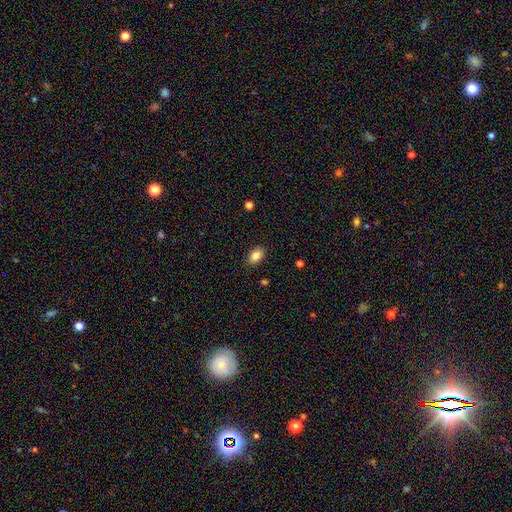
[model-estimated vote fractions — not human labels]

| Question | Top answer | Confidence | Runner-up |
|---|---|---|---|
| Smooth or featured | smooth | 85% | star or artifact (8%) |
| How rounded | in between | 87% | round (12%) |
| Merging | none | 88% | minor disturbance (9%) |